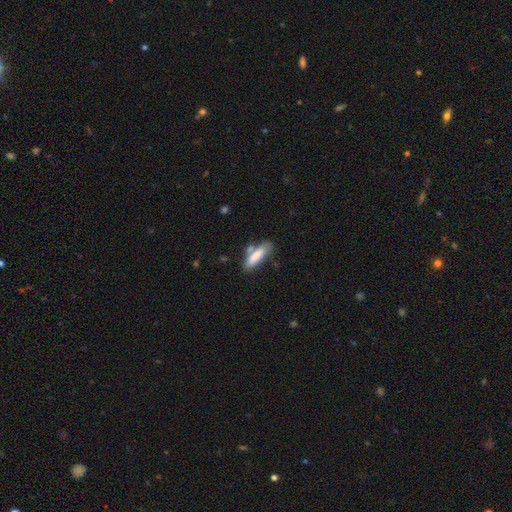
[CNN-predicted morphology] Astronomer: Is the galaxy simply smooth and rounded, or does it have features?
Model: smooth — 78%.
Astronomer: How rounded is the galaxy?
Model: cigar-shaped — 63%.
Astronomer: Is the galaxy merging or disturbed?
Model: none — 60%.